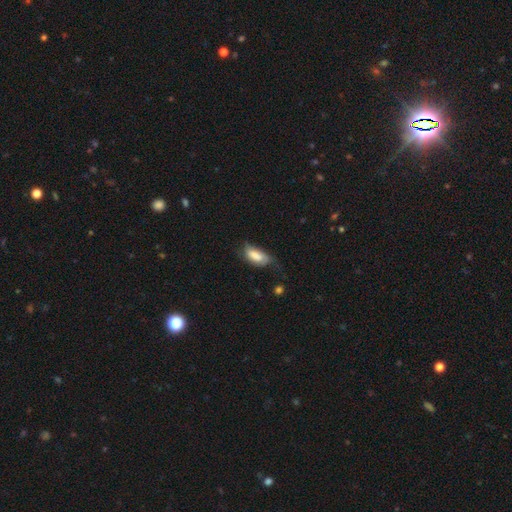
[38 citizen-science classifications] Q: Smooth or featured?
A: smooth (95%); runner-up: featured or disk (5%)
Q: How rounded?
A: in between (83%); runner-up: cigar-shaped (11%)
Q: Merging?
A: minor disturbance (39%); runner-up: major disturbance (32%)